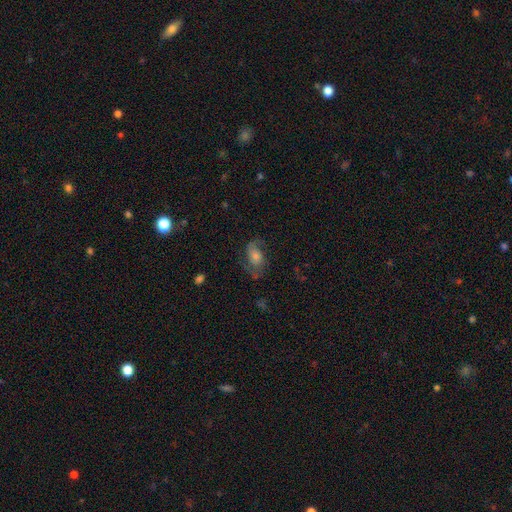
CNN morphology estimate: A featured or disk galaxy (71%) with no bar (63%), 2 (83%) medium (49%) spiral arms (91%) and a moderate central bulge (48%).

Vote fractions:
- Smooth or featured? featured or disk: 71% / smooth: 18% / star or artifact: 11%
- Edge-on disk? no: 96% / yes: 4%
- Bar? no: 63% / weak: 29% / strong: 7%
- Spiral arms? yes: 91% / no: 9%
- Spiral winding? medium: 49% / loose: 28% / tight: 22%
- Spiral arm count? 2: 83% / can't tell: 7% / 1: 5% / 3: 2% / 4: 1% / more than 4: 1%
- Bulge size? moderate: 48% / small: 33% / large: 12% / none: 5% / dominant: 2%
- Merging? none: 69% / minor disturbance: 17% / major disturbance: 12% / merger: 1%